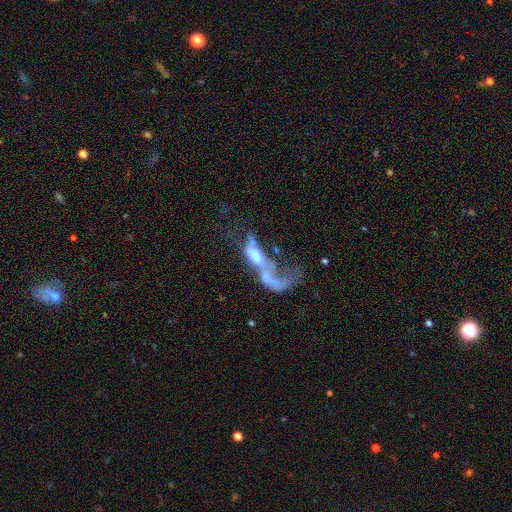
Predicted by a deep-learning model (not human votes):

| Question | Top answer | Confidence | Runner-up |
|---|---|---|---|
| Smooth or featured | featured or disk | 54% | smooth (36%) |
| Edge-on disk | no | 84% | yes (16%) |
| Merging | major disturbance | 45% | merger (41%) |